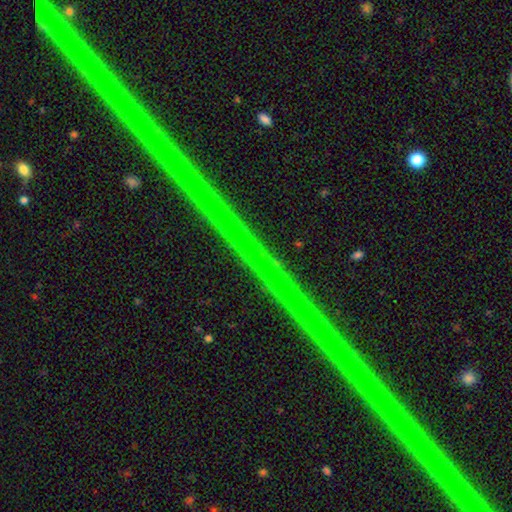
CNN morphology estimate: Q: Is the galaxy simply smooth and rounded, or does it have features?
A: star or artifact — 76%.